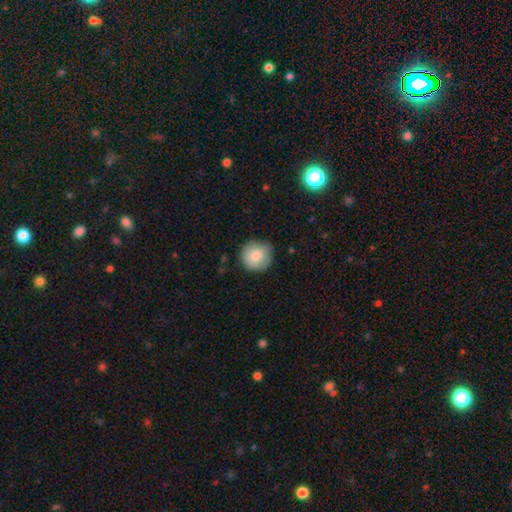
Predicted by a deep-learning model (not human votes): This is clearly a smooth galaxy (83%). How rounded: clearly round (93%). Merging: likely none (80%).